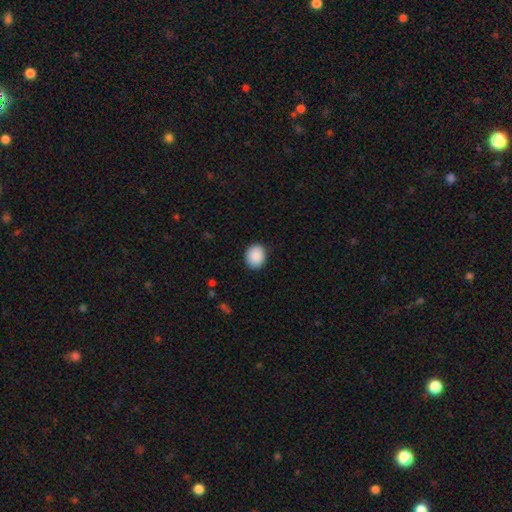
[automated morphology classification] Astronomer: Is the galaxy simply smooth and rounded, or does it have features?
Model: smooth — 90%.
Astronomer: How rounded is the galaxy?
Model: round — 65%.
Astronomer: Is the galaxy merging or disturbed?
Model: none — 88%.